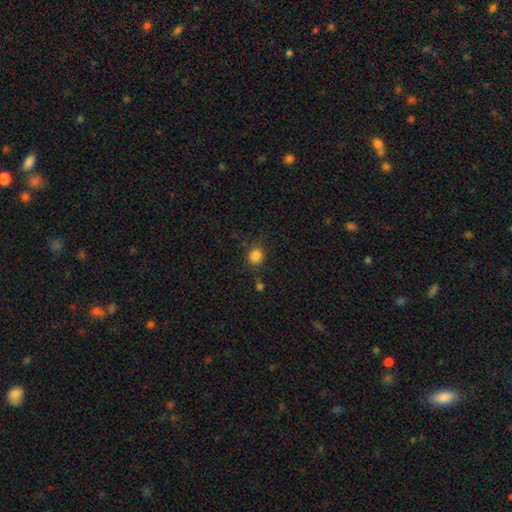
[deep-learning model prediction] A smooth galaxy with no disk features (85%) that is round (80%).

Vote fractions:
- Smooth or featured? smooth: 85% / star or artifact: 11% / featured or disk: 4%
- How rounded? round: 80% / in between: 19% / cigar-shaped: 1%
- Merging? none: 79% / minor disturbance: 13% / merger: 5% / major disturbance: 4%